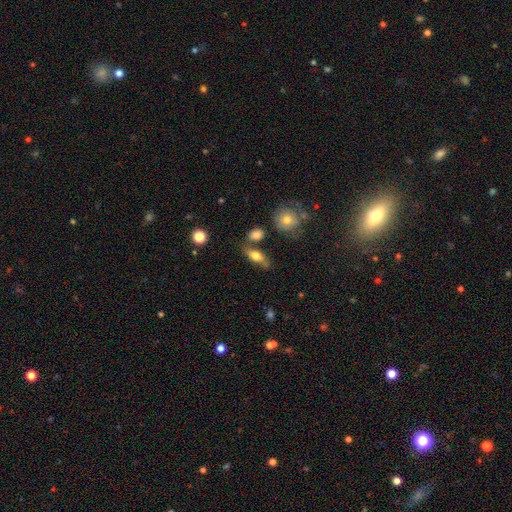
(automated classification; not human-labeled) Smooth or featured: smooth — 66% (featured or disk — 26%)
How rounded: in between — 72% (cigar-shaped — 21%)
Merging: none — 67% (minor disturbance — 17%)